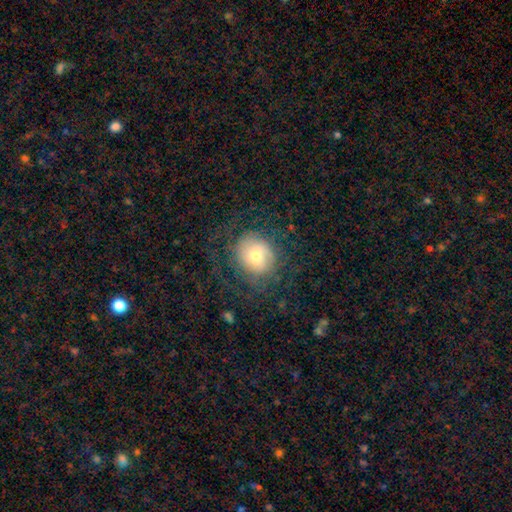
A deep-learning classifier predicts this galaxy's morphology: This appears to be a featured or disk galaxy (48%). Merging: none (65%).